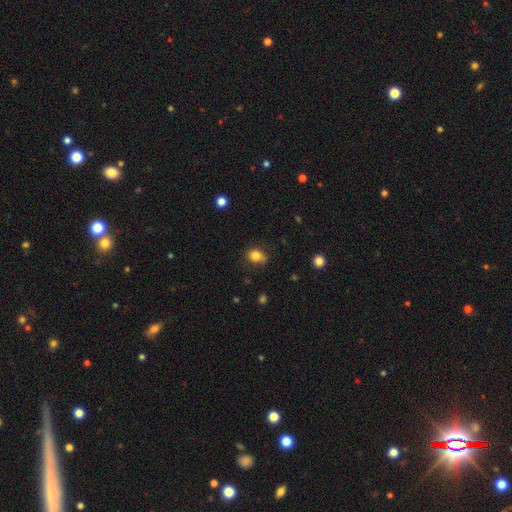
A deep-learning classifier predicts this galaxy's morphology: A smooth galaxy with no disk features (82%) that is round (51%).

Vote fractions:
- Smooth or featured? smooth: 82% / star or artifact: 11% / featured or disk: 7%
- How rounded? round: 51% / in between: 48% / cigar-shaped: 1%
- Merging? none: 65% / minor disturbance: 26% / major disturbance: 6% / merger: 3%